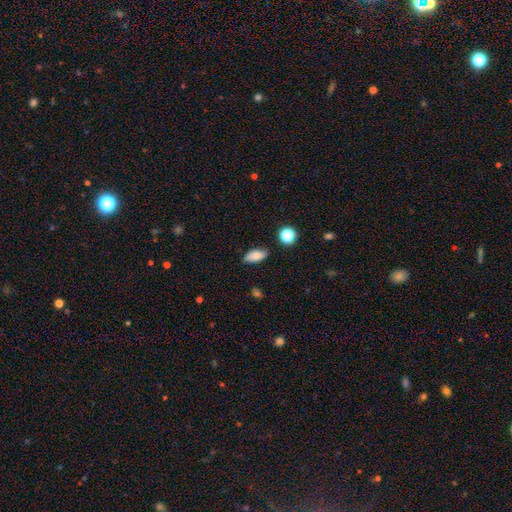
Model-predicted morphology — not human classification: A smooth galaxy with no disk features (76%) that is in between round and cigar-shaped (85%). Merging: none (81%).